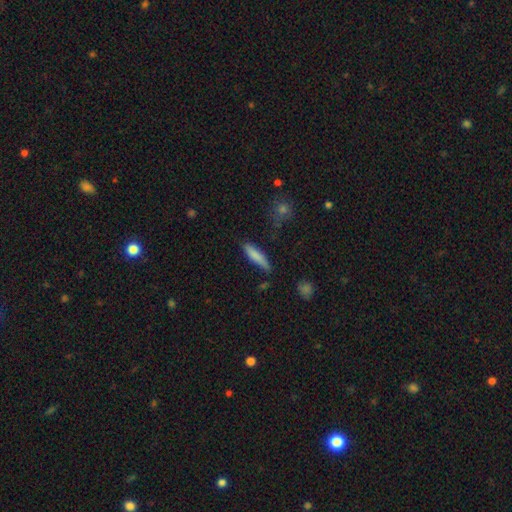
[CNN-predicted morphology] Smooth or featured: smooth — 81% (featured or disk — 12%)
How rounded: cigar-shaped — 77% (in between — 21%)
Merging: none — 71% (minor disturbance — 21%)